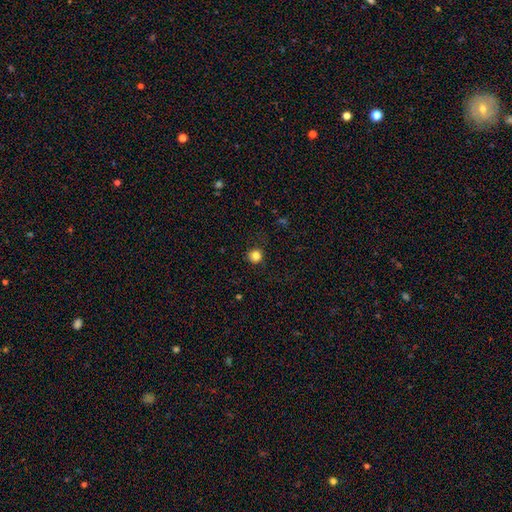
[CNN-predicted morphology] Smooth or featured?
  - smooth: 83% *
  - star or artifact: 12%
  - featured or disk: 5%
How rounded?
  - round: 93% *
  - in between: 6%
  - cigar-shaped: 1%
Merging?
  - none: 88% *
  - minor disturbance: 8%
  - major disturbance: 3%
  - merger: 1%